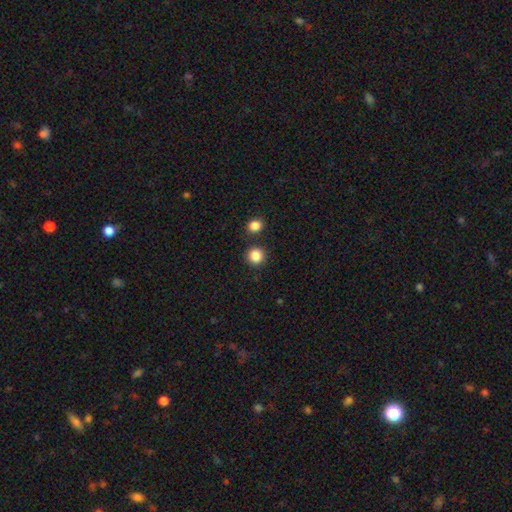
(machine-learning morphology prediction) type=smooth (86%); roundness=round (93%); merging=none (85%).